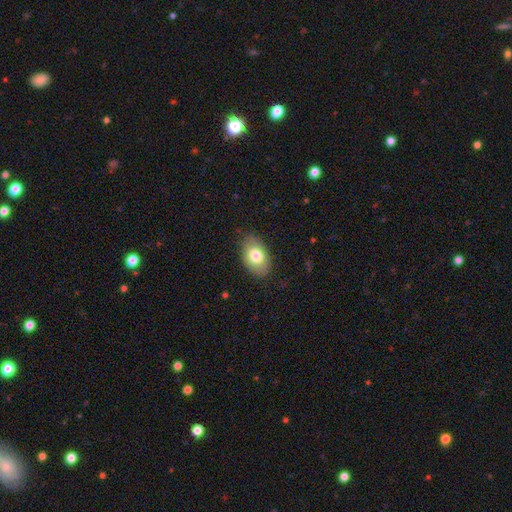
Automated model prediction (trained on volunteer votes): Smooth or featured? smooth (75%)
How rounded? in between (89%)
Merging? none (83%)